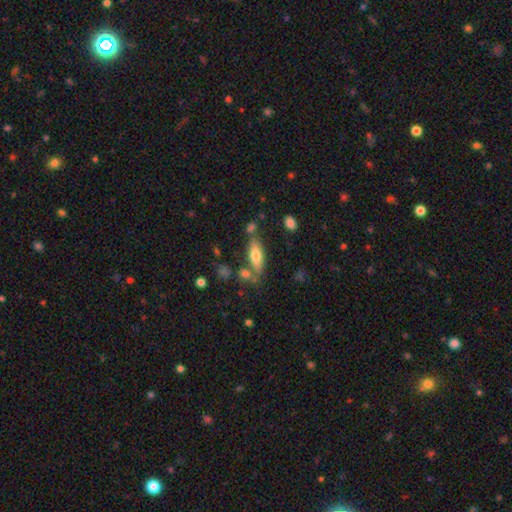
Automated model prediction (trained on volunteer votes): This appears to be a smooth galaxy with no disk features (65%) that is in between round and cigar-shaped (58%). Merging: none (67%).